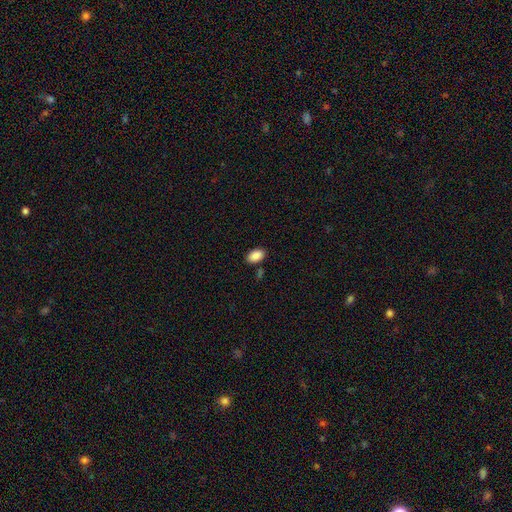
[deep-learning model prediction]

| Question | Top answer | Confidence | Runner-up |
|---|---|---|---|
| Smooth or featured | smooth | 89% | star or artifact (7%) |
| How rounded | in between | 93% | round (6%) |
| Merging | none | 84% | minor disturbance (10%) |